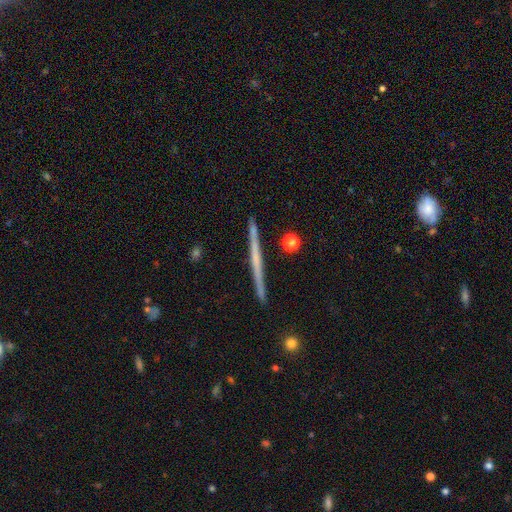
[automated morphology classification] smooth_or_featured: featured or disk (p=0.66) [alt: smooth p=0.27]
disk_edge_on: yes (p=0.98) [alt: no p=0.02]
edge_on_bulge: none (p=0.68) [alt: rounded p=0.26]
merging: none (p=0.91) [alt: minor disturbance p=0.06]